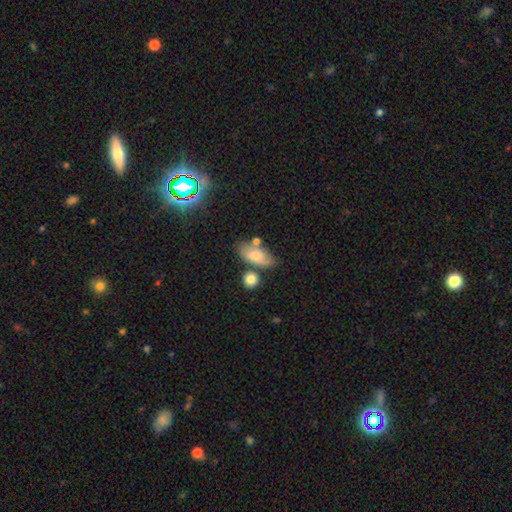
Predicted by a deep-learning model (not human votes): Morphology: type=smooth (70%); roundness=in between (88%); merging=none (54%).